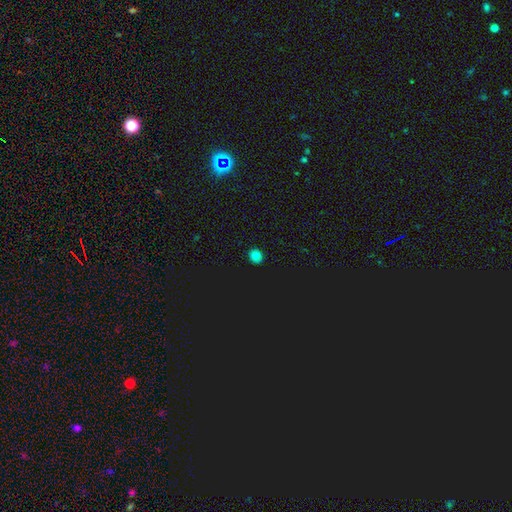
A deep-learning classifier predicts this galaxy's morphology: smooth_or_featured: smooth (p=0.77) [alt: star or artifact p=0.19]
how_rounded: round (p=0.80) [alt: in between p=0.19]
merging: none (p=0.89) [alt: minor disturbance p=0.08]